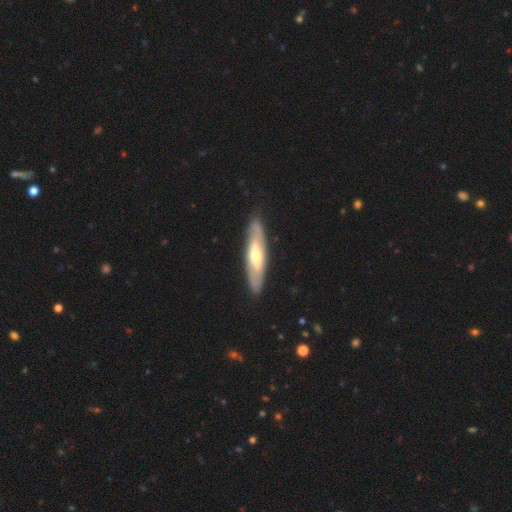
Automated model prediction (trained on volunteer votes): Morphology: type=featured or disk (63%); edge-on=no (54%); merging=none (87%).